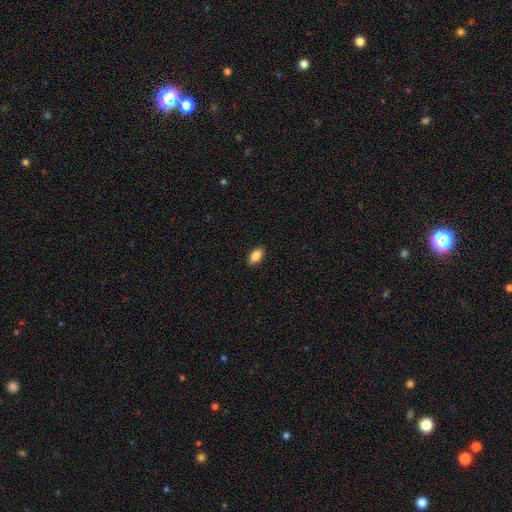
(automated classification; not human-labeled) Q: Smooth or featured?
A: smooth (87%); runner-up: star or artifact (7%)
Q: How rounded?
A: in between (92%); runner-up: cigar-shaped (5%)
Q: Merging?
A: none (89%); runner-up: minor disturbance (8%)